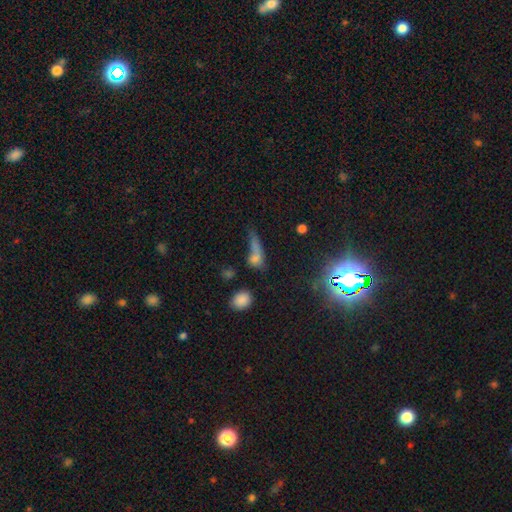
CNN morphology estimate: Overall: smooth (66%). How rounded: in between (48%; cigar-shaped 32%). Merging: major disturbance (31%; none 27%).